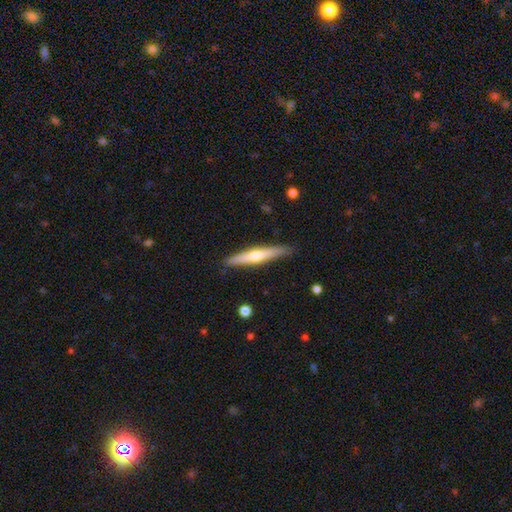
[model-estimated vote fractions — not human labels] smooth_or_featured: featured or disk (p=0.56) [alt: smooth p=0.39]
disk_edge_on: yes (p=0.96) [alt: no p=0.04]
edge_on_bulge: rounded (p=0.83) [alt: none p=0.13]
merging: none (p=0.89) [alt: minor disturbance p=0.08]